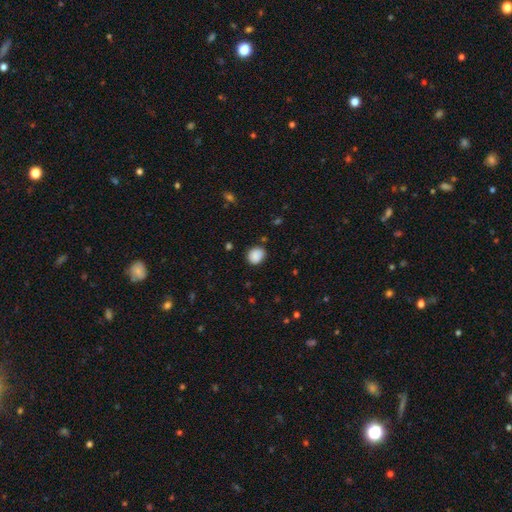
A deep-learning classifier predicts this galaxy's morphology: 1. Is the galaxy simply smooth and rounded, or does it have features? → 87% smooth, 8% star or artifact, 5% featured or disk.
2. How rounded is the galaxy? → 70% round, 29% in between, 1% cigar-shaped.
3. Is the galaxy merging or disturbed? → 79% none, 16% minor disturbance, 3% major disturbance, 2% merger.